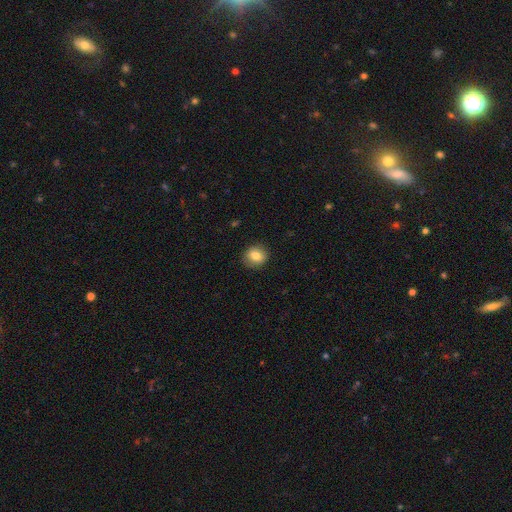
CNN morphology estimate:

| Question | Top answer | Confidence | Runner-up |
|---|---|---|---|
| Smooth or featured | smooth | 78% | featured or disk (13%) |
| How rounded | round | 77% | in between (22%) |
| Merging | none | 86% | minor disturbance (10%) |